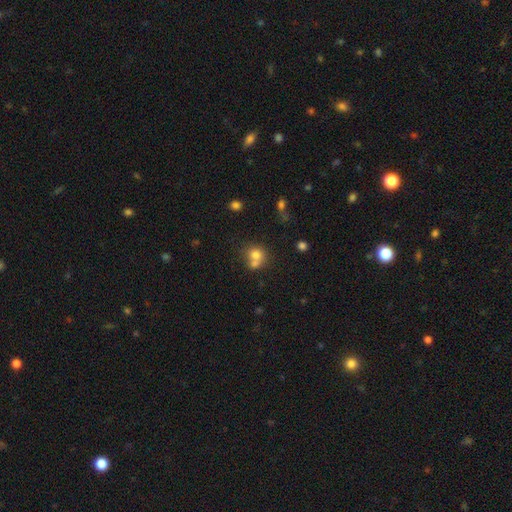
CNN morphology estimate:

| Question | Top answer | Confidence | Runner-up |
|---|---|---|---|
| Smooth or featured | smooth | 74% | featured or disk (14%) |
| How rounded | round | 77% | in between (22%) |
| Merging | merger | 50% | none (37%) |